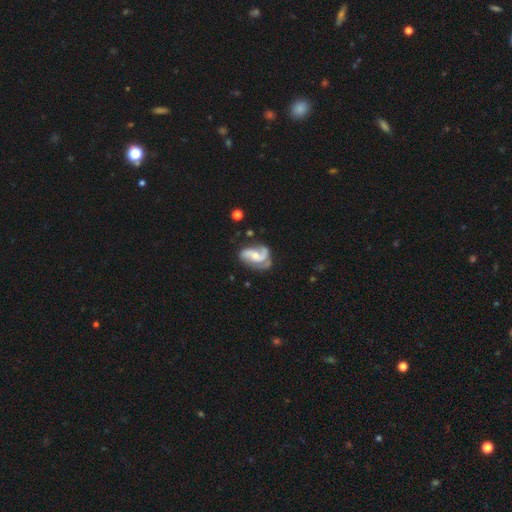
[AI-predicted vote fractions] This appears to be a featured or disk galaxy (84%) with no bar (52%), 2 (73%) medium (48%) spiral arms (95%) and a moderate central bulge (46%, tied with small). Merging: none (50%).